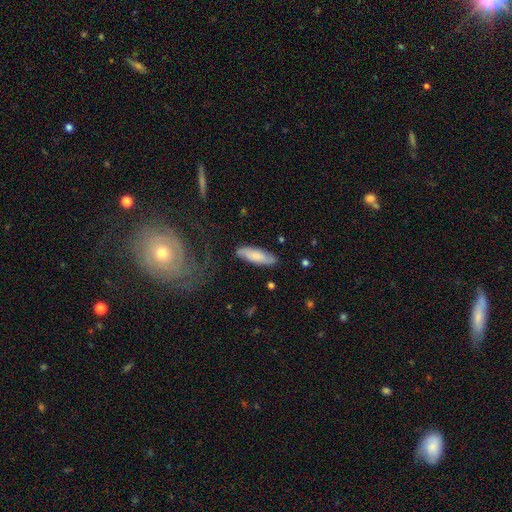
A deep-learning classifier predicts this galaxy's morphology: smooth 75%, featured or disk 19%, star or artifact 6%. Down the decision tree: how rounded — cigar-shaped (54%); merging — none (84%).